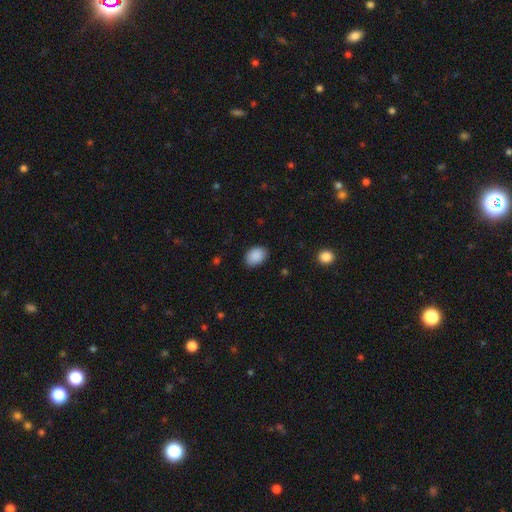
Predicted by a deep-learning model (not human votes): Smooth or featured?
  - smooth: 90% *
  - star or artifact: 7%
  - featured or disk: 3%
How rounded?
  - in between: 76% *
  - round: 23%
  - cigar-shaped: 1%
Merging?
  - none: 85% *
  - minor disturbance: 12%
  - major disturbance: 3%
  - merger: 1%